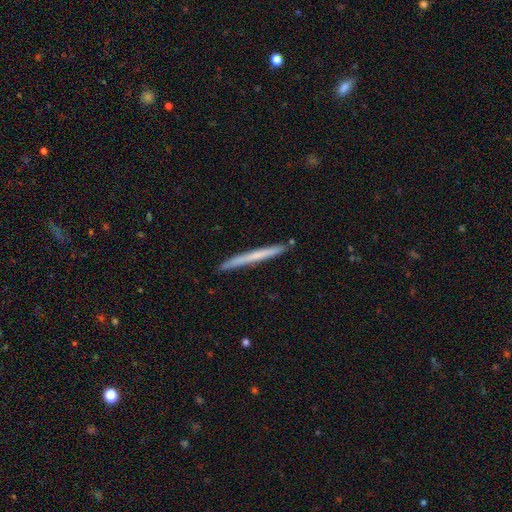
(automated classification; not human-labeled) Smooth or featured?
  - smooth: 53% *
  - featured or disk: 41%
  - star or artifact: 6%
How rounded?
  - cigar-shaped: 97% *
  - in between: 1%
  - round: 1%
Merging?
  - none: 90% *
  - minor disturbance: 7%
  - major disturbance: 1%
  - merger: 1%